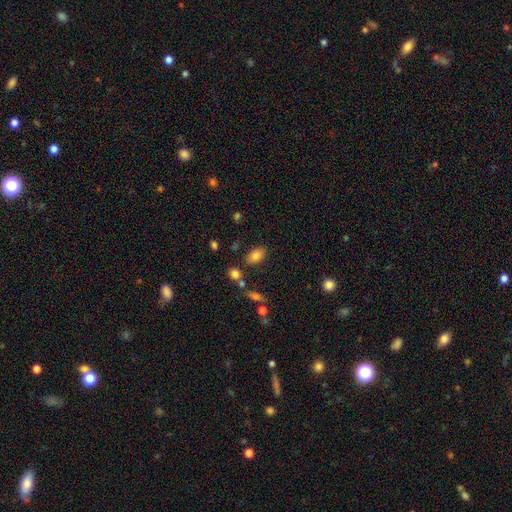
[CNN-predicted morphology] Smooth or featured? Predicted: smooth (p=0.81). How rounded? Predicted: in between (p=0.89). Merging? Predicted: none (p=0.78).